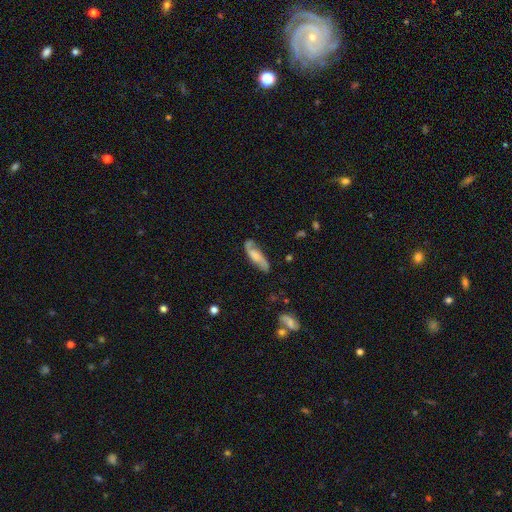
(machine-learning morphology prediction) A featured or disk galaxy (59%). Merging: none (69%).